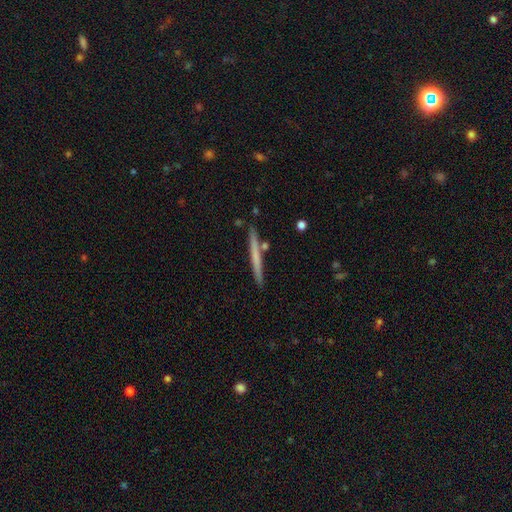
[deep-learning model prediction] This is possibly a smooth galaxy (52%). How rounded: clearly cigar-shaped (97%). Merging: clearly none (88%).